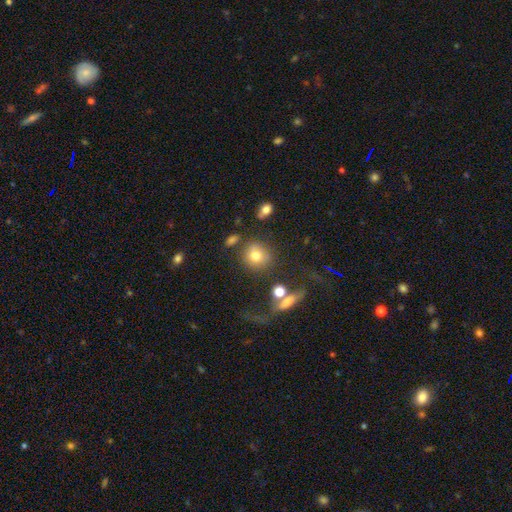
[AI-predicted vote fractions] This is likely a smooth galaxy (74%). How rounded: clearly round (85%). Merging: likely none (67%).